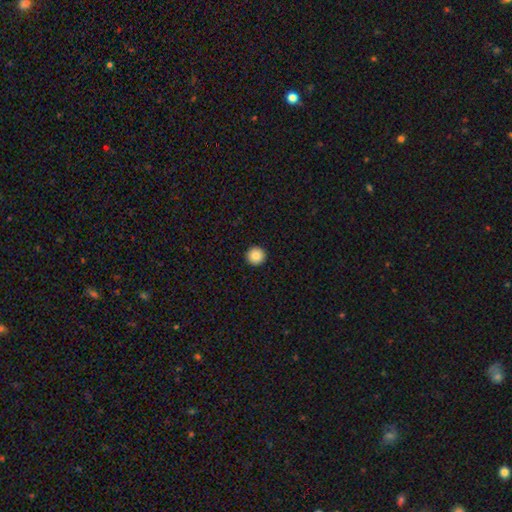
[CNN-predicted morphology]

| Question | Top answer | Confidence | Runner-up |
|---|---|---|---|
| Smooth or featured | smooth | 86% | star or artifact (9%) |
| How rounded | round | 96% | in between (3%) |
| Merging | none | 94% | minor disturbance (4%) |